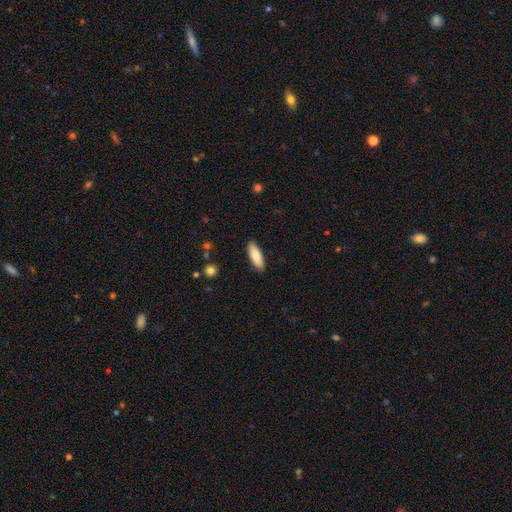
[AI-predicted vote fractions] smooth-or-featured: smooth: 84% | featured or disk: 10% | star or artifact: 6%
  how-rounded: in between: 57% | cigar-shaped: 42% | round: 2%
  merging: none: 89% | minor disturbance: 8% | major disturbance: 2% | merger: 1%